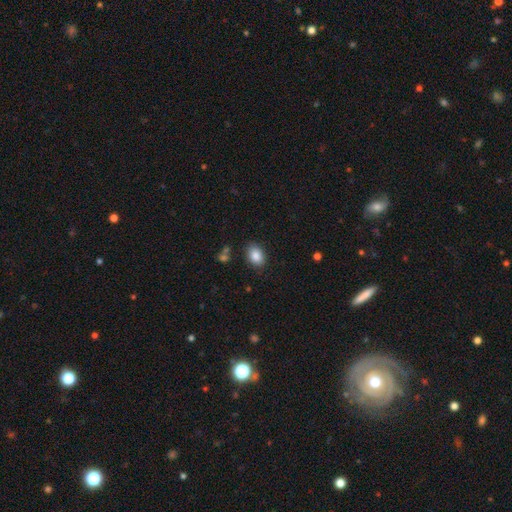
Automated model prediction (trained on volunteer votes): A smooth galaxy with no disk features (86%) that is in between round and cigar-shaped (73%).

Vote fractions:
- Smooth or featured? smooth: 86% / star or artifact: 8% / featured or disk: 6%
- How rounded? in between: 73% / round: 26% / cigar-shaped: 1%
- Merging? none: 83% / minor disturbance: 11% / major disturbance: 3% / merger: 3%